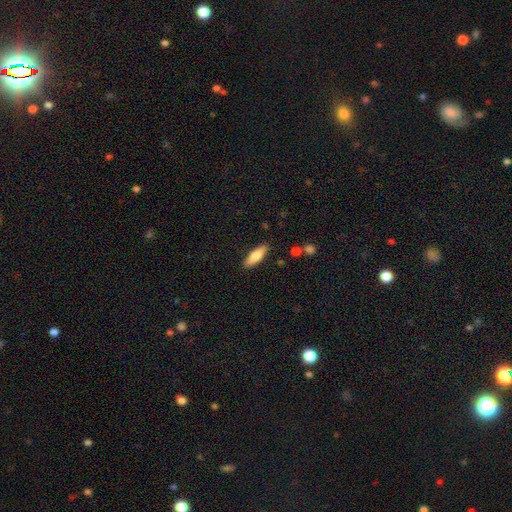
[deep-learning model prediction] Morphology: type=smooth (70%); roundness=cigar-shaped (49%, tied with in between); merging=none (87%).